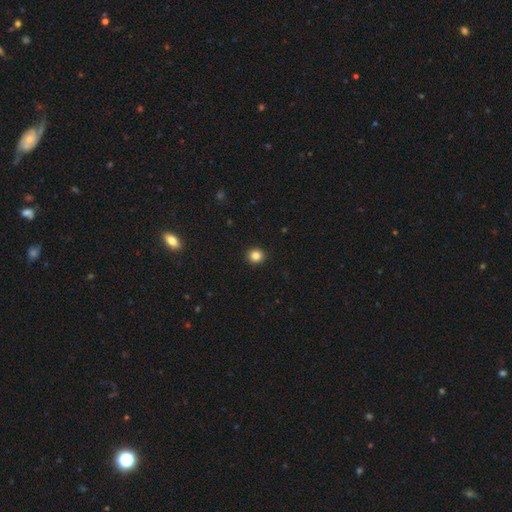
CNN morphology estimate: A smooth galaxy with no disk features (84%) that is round (91%).

Vote fractions:
- Smooth or featured? smooth: 84% / star or artifact: 11% / featured or disk: 5%
- How rounded? round: 91% / in between: 9% / cigar-shaped: 1%
- Merging? none: 93% / minor disturbance: 5% / major disturbance: 1% / merger: 1%